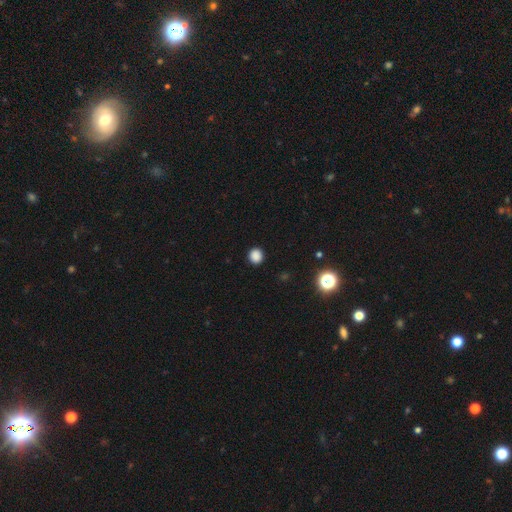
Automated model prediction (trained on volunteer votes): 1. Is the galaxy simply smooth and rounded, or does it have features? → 86% smooth, 11% star or artifact, 3% featured or disk.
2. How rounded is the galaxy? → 90% round, 9% in between, 1% cigar-shaped.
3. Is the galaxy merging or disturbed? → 92% none, 5% minor disturbance, 2% major disturbance, 1% merger.